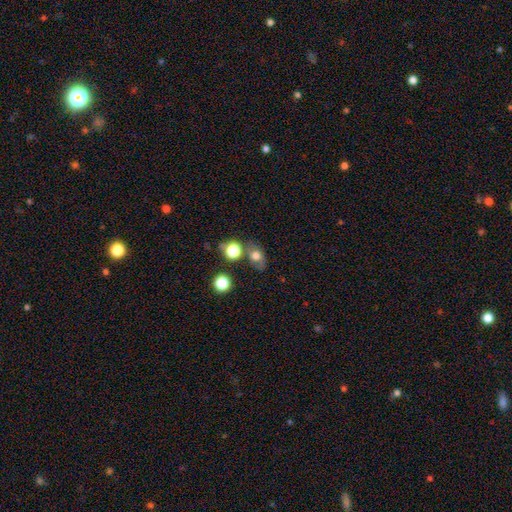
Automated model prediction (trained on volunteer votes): smooth 71%, featured or disk 14%, star or artifact 14%. Down the decision tree: how rounded — in between (58%); merging — none (59%).